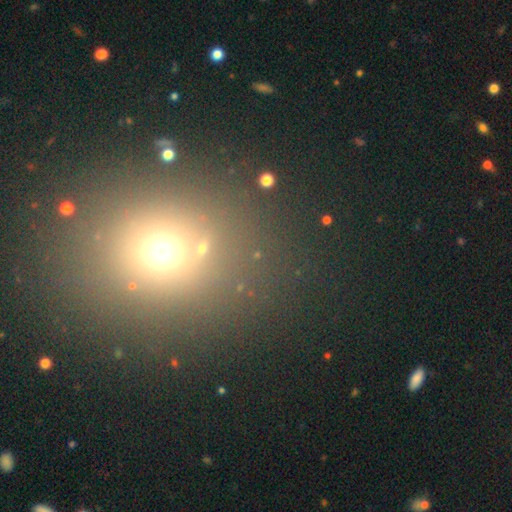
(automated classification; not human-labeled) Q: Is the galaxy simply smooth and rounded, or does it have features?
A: smooth — 52%.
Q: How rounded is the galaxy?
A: round — 75%.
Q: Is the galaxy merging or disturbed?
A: none — 83%.